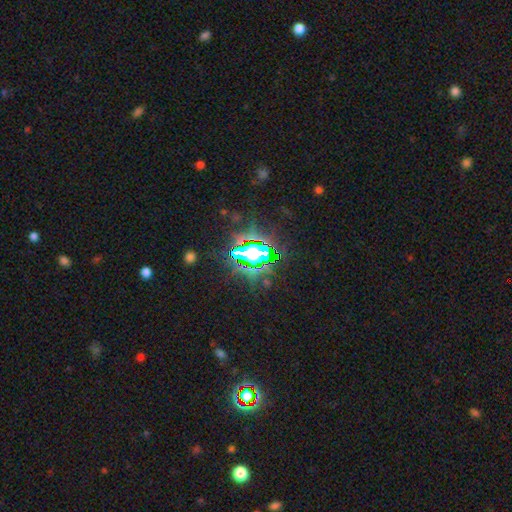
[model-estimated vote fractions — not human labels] The model was most divided on "smooth or featured": star or artifact: 78%, smooth: 13%, featured or disk: 9%.